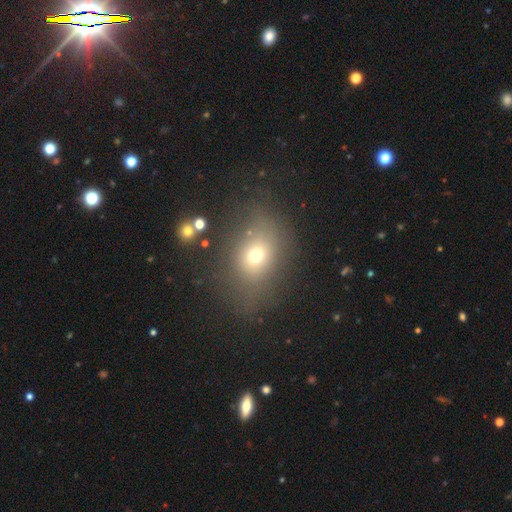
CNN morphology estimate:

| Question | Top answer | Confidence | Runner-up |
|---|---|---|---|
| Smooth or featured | smooth | 67% | star or artifact (18%) |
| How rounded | in between | 55% | round (43%) |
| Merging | none | 66% | minor disturbance (18%) |